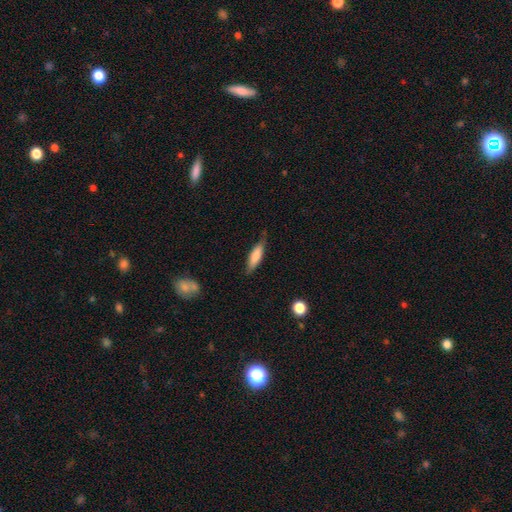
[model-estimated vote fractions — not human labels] The model was most divided on "how rounded": cigar-shaped: 61%, in between: 37%, round: 2%. More confident: smooth or featured — smooth (76%); merging — none (73%).